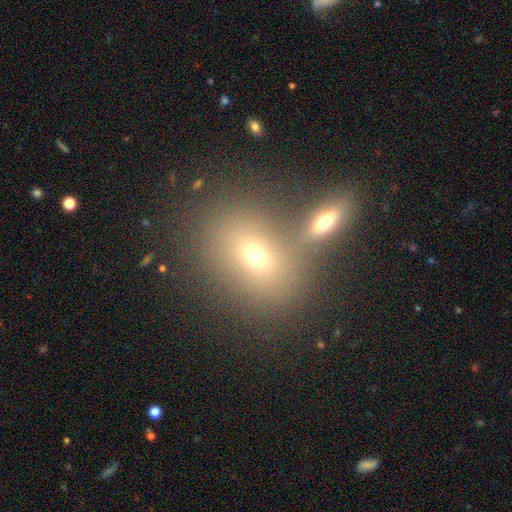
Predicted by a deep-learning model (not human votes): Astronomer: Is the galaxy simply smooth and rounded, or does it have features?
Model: smooth — 62%.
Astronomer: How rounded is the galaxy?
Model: in between — 57% (runner-up: round, 41%).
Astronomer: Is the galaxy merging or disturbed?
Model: none — 54% (runner-up: merger, 32%).